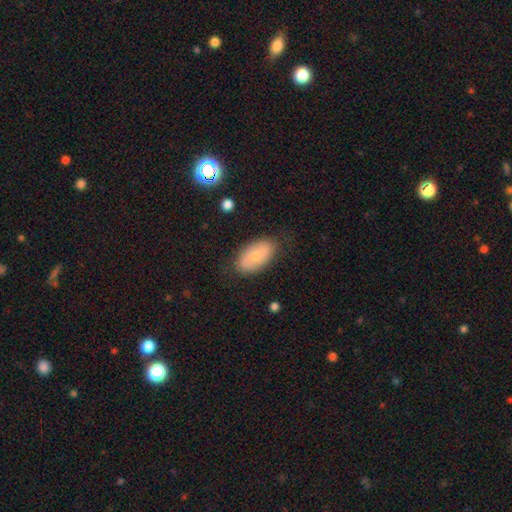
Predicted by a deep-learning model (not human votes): Smooth or featured?
  - smooth: 61% *
  - featured or disk: 31%
  - star or artifact: 7%
How rounded?
  - in between: 93% *
  - round: 5%
  - cigar-shaped: 2%
Merging?
  - none: 79% *
  - minor disturbance: 16%
  - major disturbance: 4%
  - merger: 1%